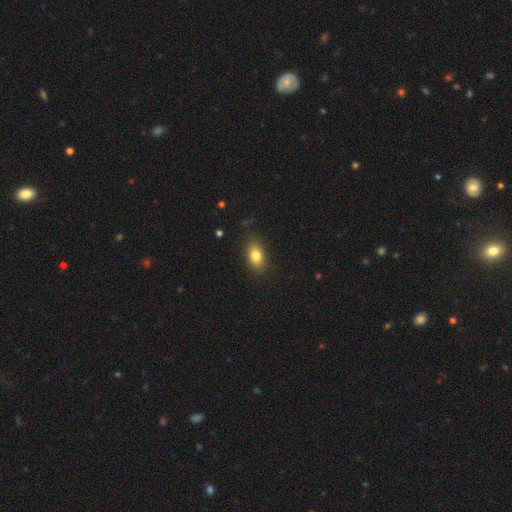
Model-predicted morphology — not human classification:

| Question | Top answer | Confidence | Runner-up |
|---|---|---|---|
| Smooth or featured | smooth | 81% | featured or disk (10%) |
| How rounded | in between | 86% | round (11%) |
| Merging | none | 84% | minor disturbance (12%) |